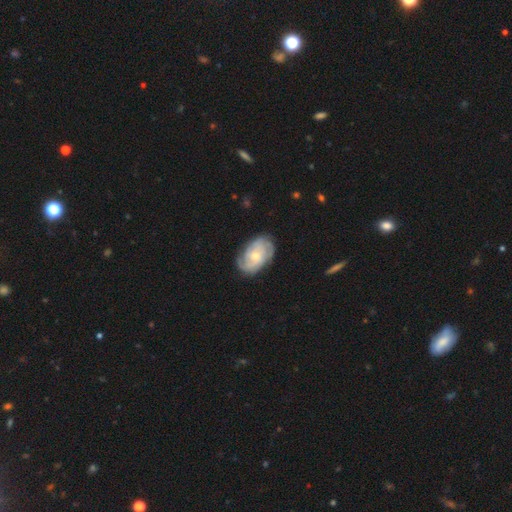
Q: Smooth or featured?
A: featured or disk (84%); runner-up: smooth (8%)
Q: Edge-on disk?
A: no (97%); runner-up: yes (3%)
Q: Bar?
A: no (71%); runner-up: weak (19%)
Q: Spiral arms?
A: yes (97%); runner-up: no (3%)
Q: Spiral winding?
A: tight (60%); runner-up: medium (37%)
Q: Spiral arm count?
A: can't tell (50%); runner-up: 2 (23%)
Q: Bulge size?
A: moderate (55%); runner-up: small (39%)
Q: Merging?
A: none (80%); runner-up: minor disturbance (11%)